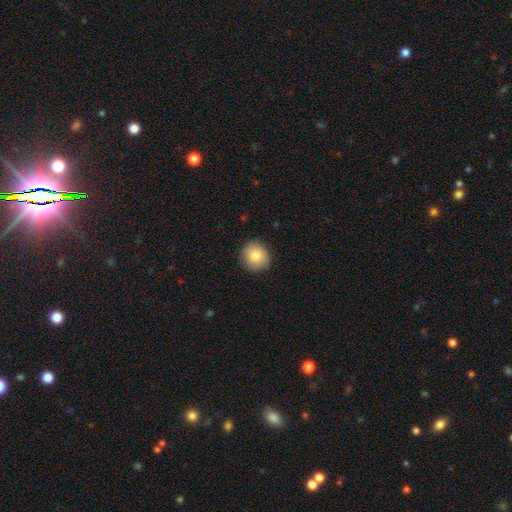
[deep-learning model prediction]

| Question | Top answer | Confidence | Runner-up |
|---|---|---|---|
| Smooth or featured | smooth | 85% | star or artifact (8%) |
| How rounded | round | 84% | in between (15%) |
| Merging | none | 88% | minor disturbance (9%) |